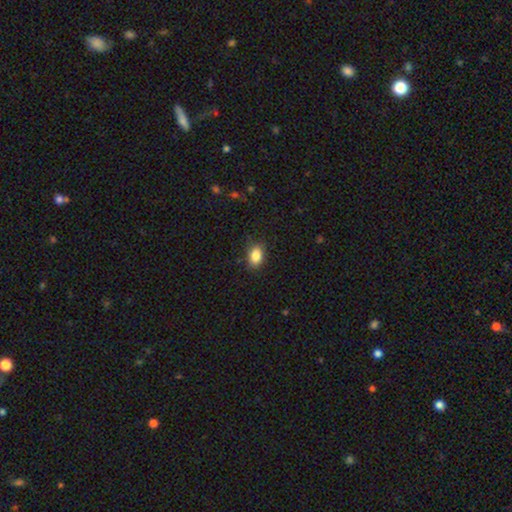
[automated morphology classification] Smooth or featured?
  - smooth: 86% *
  - star or artifact: 9%
  - featured or disk: 5%
How rounded?
  - in between: 83% *
  - round: 15%
  - cigar-shaped: 2%
Merging?
  - none: 83% *
  - minor disturbance: 13%
  - major disturbance: 3%
  - merger: 1%